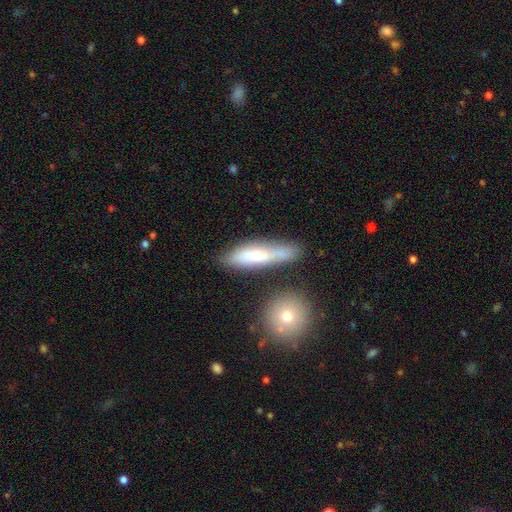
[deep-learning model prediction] A smooth galaxy with no disk features (62%) that is cigar-shaped (72%).

Vote fractions:
- Smooth or featured? smooth: 62% / featured or disk: 31% / star or artifact: 7%
- How rounded? cigar-shaped: 72% / in between: 25% / round: 3%
- Merging? none: 63% / minor disturbance: 19% / merger: 12% / major disturbance: 6%